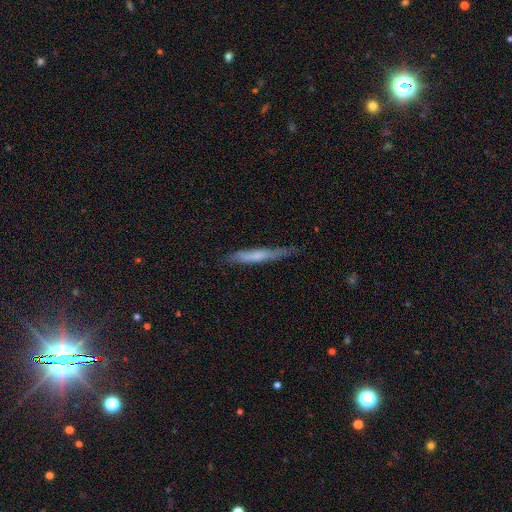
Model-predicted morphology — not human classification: A smooth galaxy with no disk features (56%) that is cigar-shaped (94%).

Vote fractions:
- Smooth or featured? smooth: 56% / featured or disk: 38% / star or artifact: 6%
- How rounded? cigar-shaped: 94% / in between: 4% / round: 1%
- Merging? none: 71% / minor disturbance: 23% / major disturbance: 4% / merger: 2%